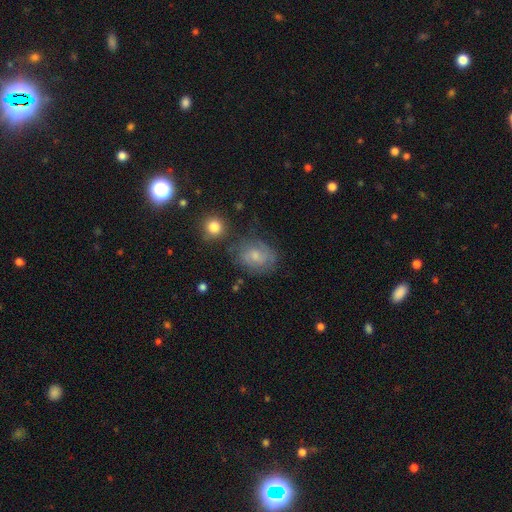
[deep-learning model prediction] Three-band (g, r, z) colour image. It shows a featured or disk galaxy (49%). Merging: none (63%).